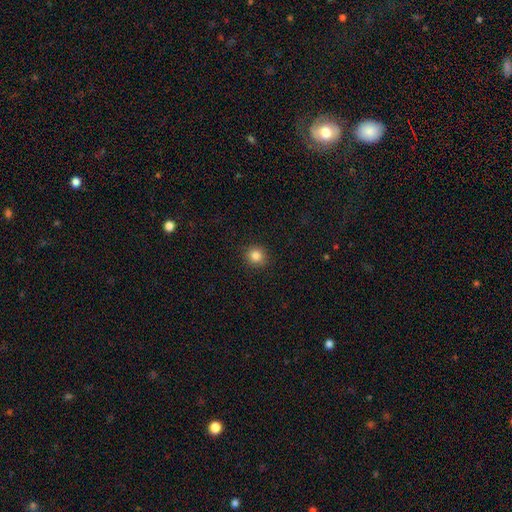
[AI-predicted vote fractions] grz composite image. It shows a smooth galaxy with no disk features (84%) that is round (90%). Merging: none (91%).